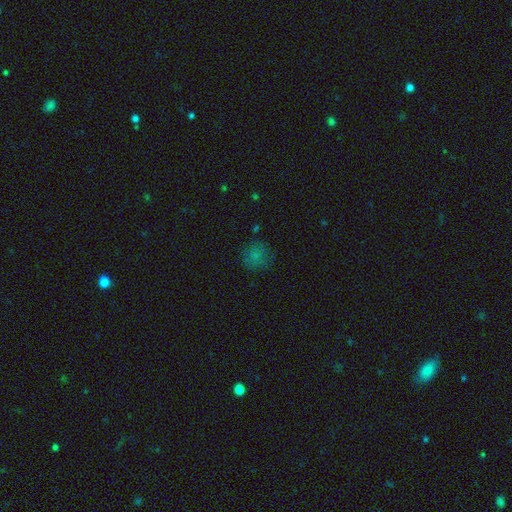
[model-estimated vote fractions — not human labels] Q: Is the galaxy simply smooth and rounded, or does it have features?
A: smooth — 74%.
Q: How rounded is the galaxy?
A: round — 87%.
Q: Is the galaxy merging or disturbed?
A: none — 76%.